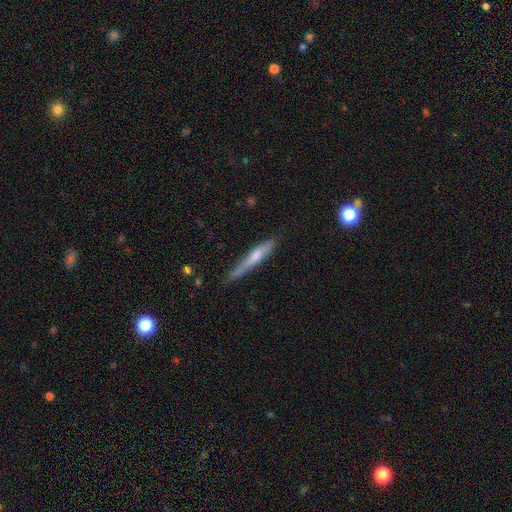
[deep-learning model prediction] The model was most divided on "smooth or featured": smooth: 52%, featured or disk: 41%, star or artifact: 6%. More confident: how rounded — cigar-shaped (93%); merging — none (71%).